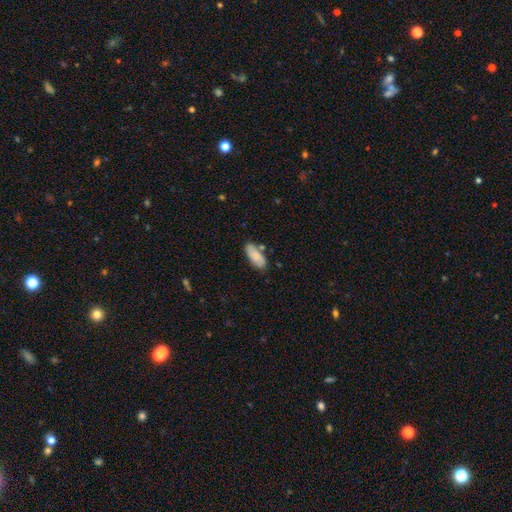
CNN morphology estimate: Smooth or featured? smooth (80%)
How rounded? in between (83%)
Merging? none (72%)